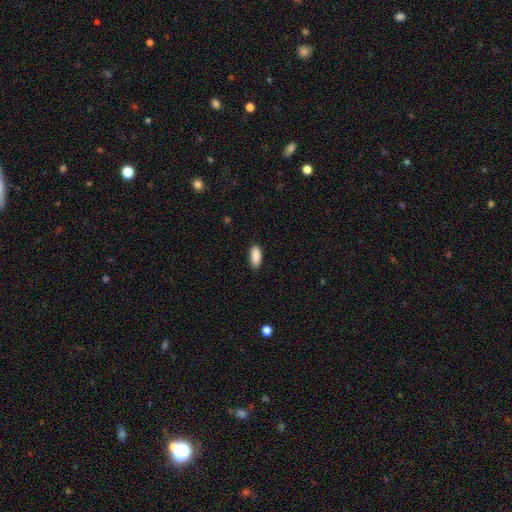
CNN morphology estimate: A smooth galaxy with no disk features (90%) that is in between round and cigar-shaped (84%).

Vote fractions:
- Smooth or featured? smooth: 90% / star or artifact: 6% / featured or disk: 4%
- How rounded? in between: 84% / cigar-shaped: 14% / round: 2%
- Merging? none: 87% / minor disturbance: 10% / major disturbance: 2% / merger: 1%